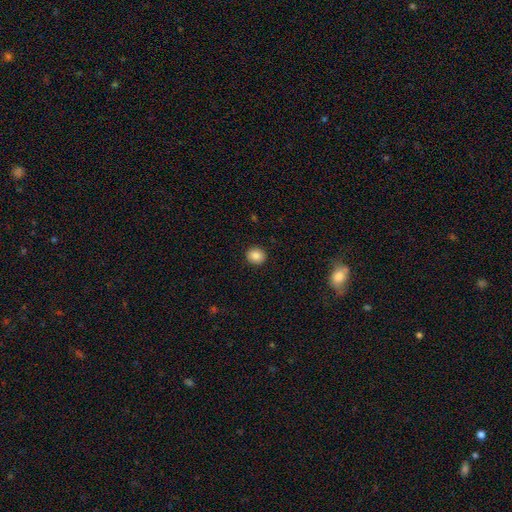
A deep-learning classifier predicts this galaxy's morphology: Smooth or featured: smooth — 86% (star or artifact — 9%)
How rounded: round — 81% (in between — 18%)
Merging: none — 92% (minor disturbance — 6%)